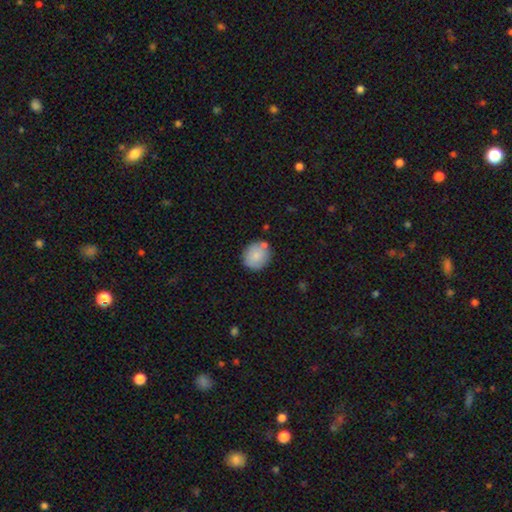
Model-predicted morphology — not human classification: smooth-or-featured: smooth: 85% | featured or disk: 8% | star or artifact: 7%
  how-rounded: round: 77% | in between: 22% | cigar-shaped: 1%
  merging: none: 76% | minor disturbance: 13% | merger: 7% | major disturbance: 3%